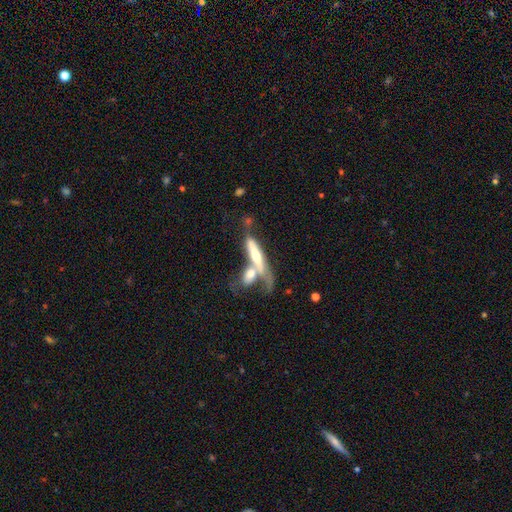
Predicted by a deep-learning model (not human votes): Smooth or featured: featured or disk — 66% (smooth — 25%)
Edge-on disk: yes — 73% (no — 27%)
Merging: merger — 52% (none — 28%)